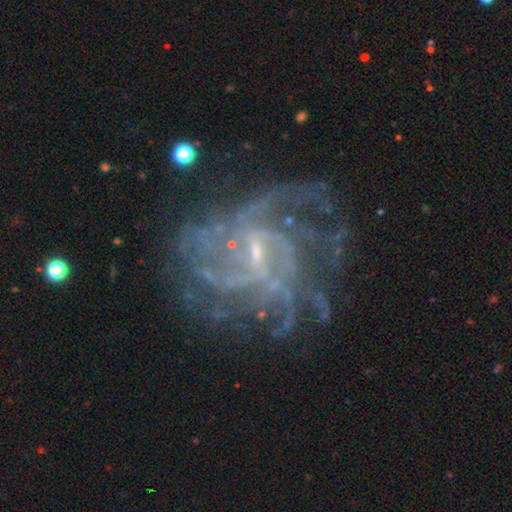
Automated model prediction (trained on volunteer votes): Smooth or featured? Predicted: featured or disk (p=0.86). Edge-on disk? Predicted: no (p=0.98). Bar? Predicted: weak (p=0.56). Spiral arms? Predicted: yes (p=0.92). Spiral winding? Predicted: medium (p=0.43). Spiral arm count? Predicted: can't tell (p=0.32). Bulge size? Predicted: small (p=0.74). Merging? Predicted: none (p=0.58).